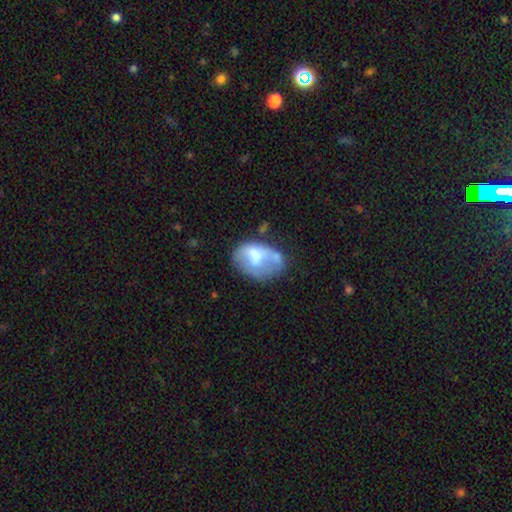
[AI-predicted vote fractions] Morphology: type=smooth (53%); roundness=in between (84%); merging=none (32%).